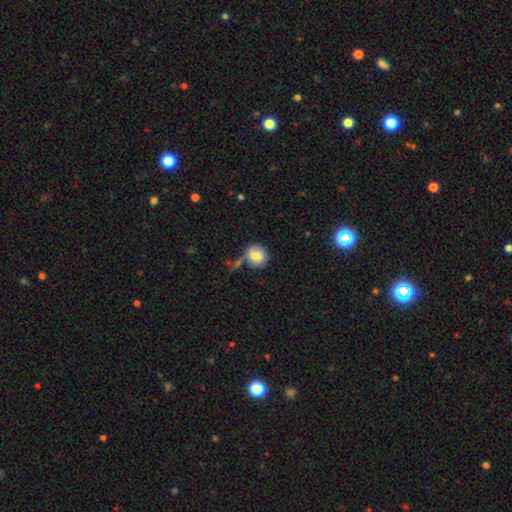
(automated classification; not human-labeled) smooth_or_featured: smooth (p=0.77) [alt: featured or disk p=0.15]
how_rounded: round (p=0.82) [alt: in between p=0.17]
merging: none (p=0.57) [alt: minor disturbance p=0.21]